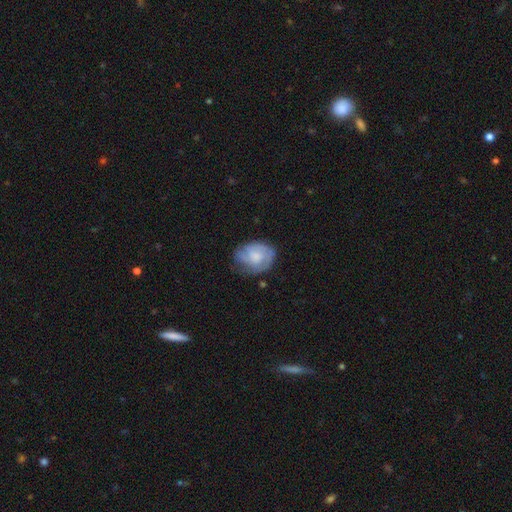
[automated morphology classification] A featured or disk galaxy (59%) with no bar (70%), spiral arms (84%) and a moderate central bulge (36%).

Vote fractions:
- Smooth or featured? featured or disk: 59% / smooth: 34% / star or artifact: 7%
- Edge-on disk? no: 97% / yes: 3%
- Bar? no: 70% / weak: 27% / strong: 4%
- Spiral arms? yes: 84% / no: 16%
- Bulge size? moderate: 36% / small: 25% / none: 23% / large: 13% / dominant: 2%
- Merging? none: 61% / minor disturbance: 27% / major disturbance: 11% / merger: 2%